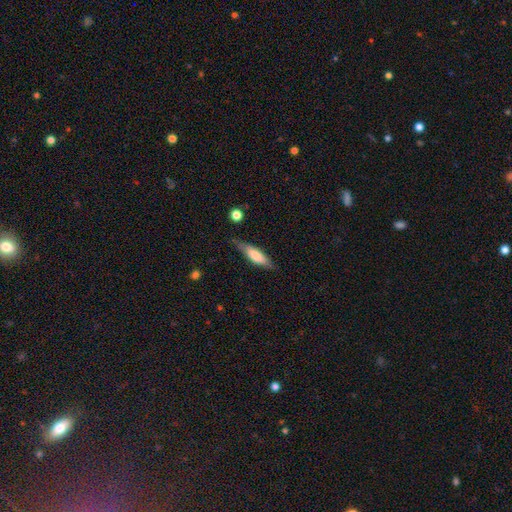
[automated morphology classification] This is likely a smooth galaxy (63%). How rounded: likely cigar-shaped (61%). Merging: likely none (72%).